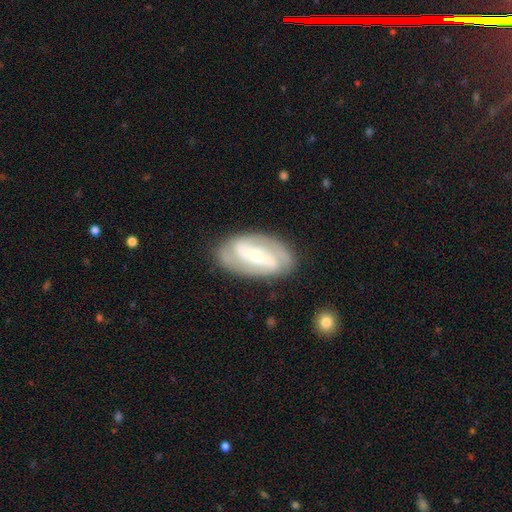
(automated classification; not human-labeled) Smooth or featured?
  - featured or disk: 82% *
  - smooth: 13%
  - star or artifact: 5%
Edge-on disk?
  - no: 94% *
  - yes: 6%
Bar?
  - strong: 57% *
  - weak: 28%
  - no: 15%
Spiral arms?
  - yes: 89% *
  - no: 11%
Spiral winding?
  - tight: 43% *
  - medium: 40%
  - loose: 17%
Spiral arm count?
  - 2: 72% *
  - can't tell: 13%
  - 3: 9%
  - 4: 2%
  - 1: 2%
  - more than 4: 2%
Bulge size?
  - small: 63% *
  - moderate: 34%
  - large: 2%
  - none: 1%
  - dominant: 1%
Merging?
  - none: 81% *
  - minor disturbance: 14%
  - major disturbance: 4%
  - merger: 1%